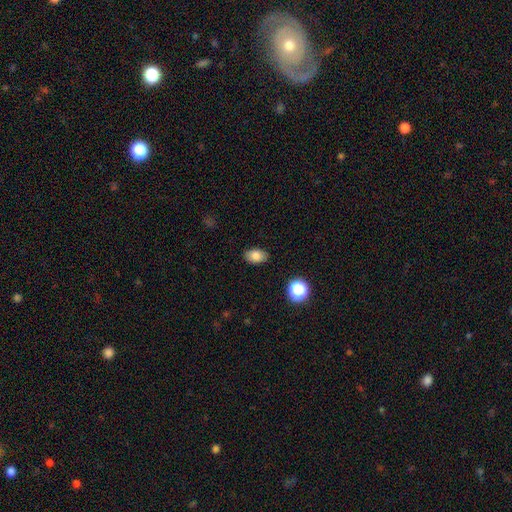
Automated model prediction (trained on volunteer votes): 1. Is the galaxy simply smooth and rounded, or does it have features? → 80% smooth, 10% star or artifact, 10% featured or disk.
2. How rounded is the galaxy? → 87% in between, 12% round, 1% cigar-shaped.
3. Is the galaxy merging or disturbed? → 87% none, 9% minor disturbance, 2% major disturbance, 1% merger.